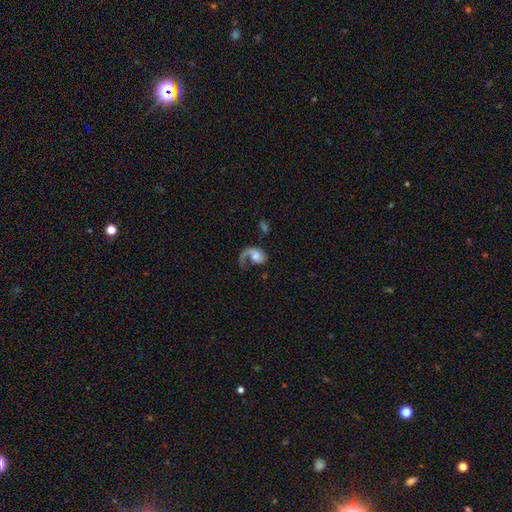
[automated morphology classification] The model was most divided on "merging": major disturbance: 49%, none: 30%, minor disturbance: 15%, merger: 6%. Remaining: edge-on disk — no (97%); spiral arm count — 1 (87%); spiral arms — yes (87%); bar — no (75%); smooth or featured — featured or disk (66%); spiral winding — loose (64%); bulge size — moderate (44%).